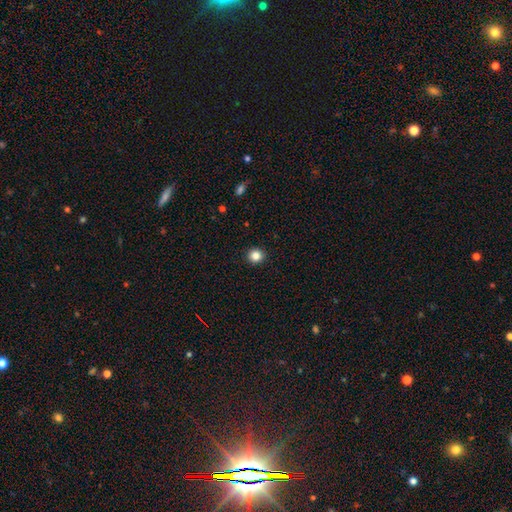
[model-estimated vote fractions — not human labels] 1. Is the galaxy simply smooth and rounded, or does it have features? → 84% smooth, 11% star or artifact, 4% featured or disk.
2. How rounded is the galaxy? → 92% round, 7% in between, 1% cigar-shaped.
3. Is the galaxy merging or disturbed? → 93% none, 4% minor disturbance, 1% major disturbance, 1% merger.